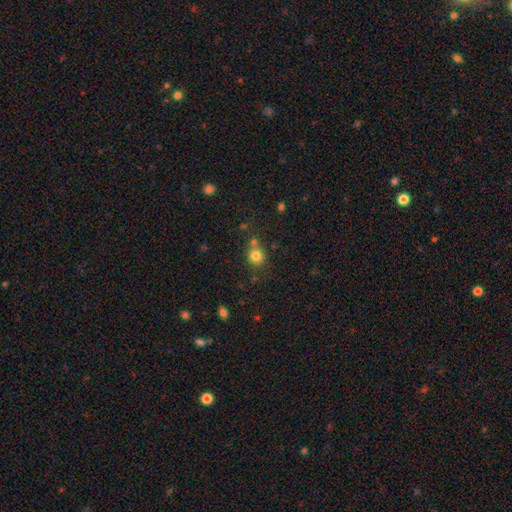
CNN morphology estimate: Overall: smooth (81%). How rounded: round (86%). Merging: none (68%).